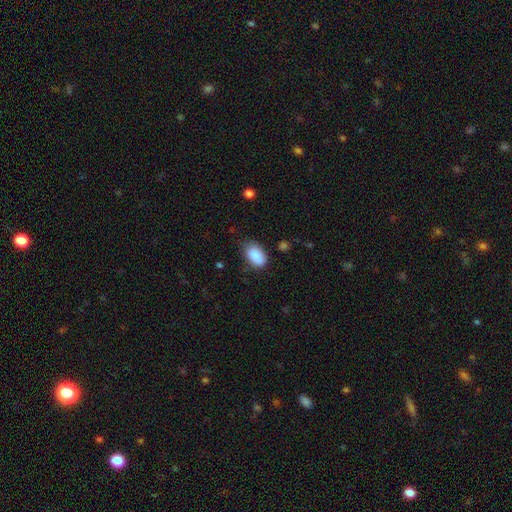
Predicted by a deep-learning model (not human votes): The model was most divided on "merging": none: 67%, minor disturbance: 26%, major disturbance: 5%, merger: 2%. More confident: how rounded — in between (92%); smooth or featured — smooth (88%).